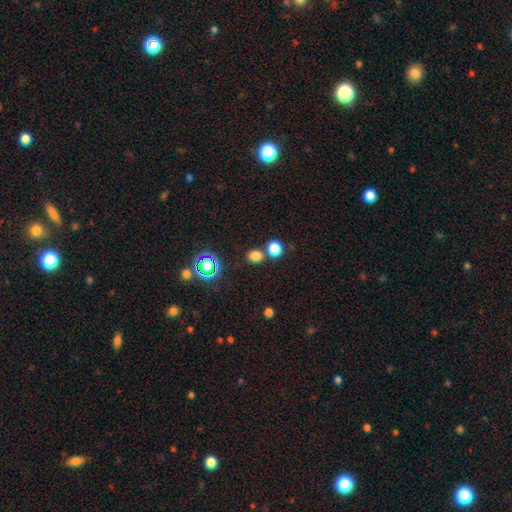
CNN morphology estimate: This is likely a smooth galaxy (76%). How rounded: likely round (67%). Merging: likely none (68%).